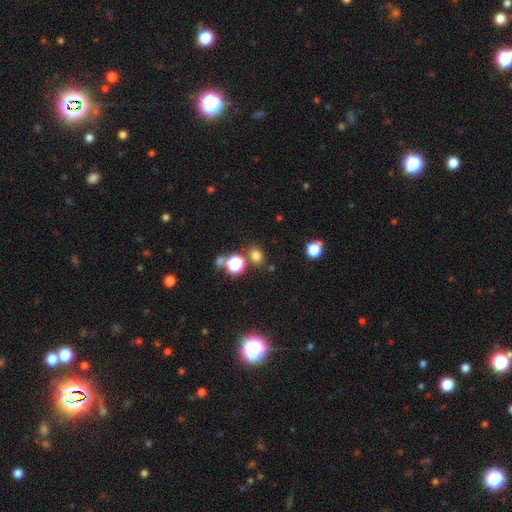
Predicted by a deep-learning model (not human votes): Smooth or featured? Predicted: smooth (p=0.74). How rounded? Predicted: round (p=0.64). Merging? Predicted: none (p=0.77).